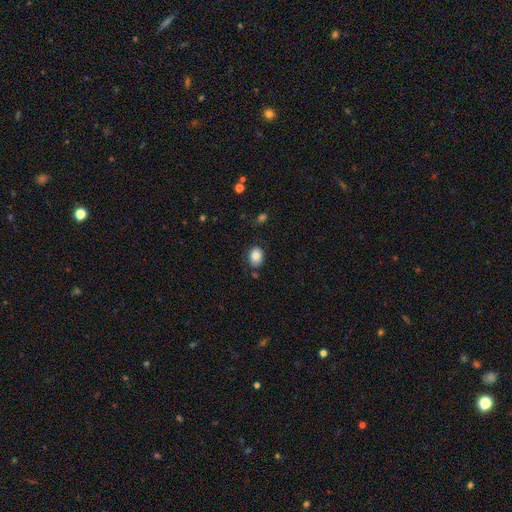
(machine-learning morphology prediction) A smooth galaxy with no disk features (82%) that is in between round and cigar-shaped (61%).

Vote fractions:
- Smooth or featured? smooth: 82% / featured or disk: 10% / star or artifact: 9%
- How rounded? in between: 61% / round: 38% / cigar-shaped: 1%
- Merging? none: 79% / minor disturbance: 15% / major disturbance: 3% / merger: 3%